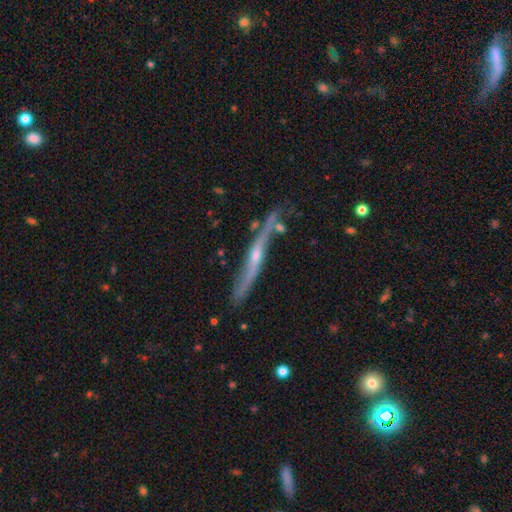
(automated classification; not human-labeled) Smooth or featured? featured or disk (81%)
Edge-on disk? yes (87%)
Edge-on bulge? rounded (73%)
Merging? none (70%)